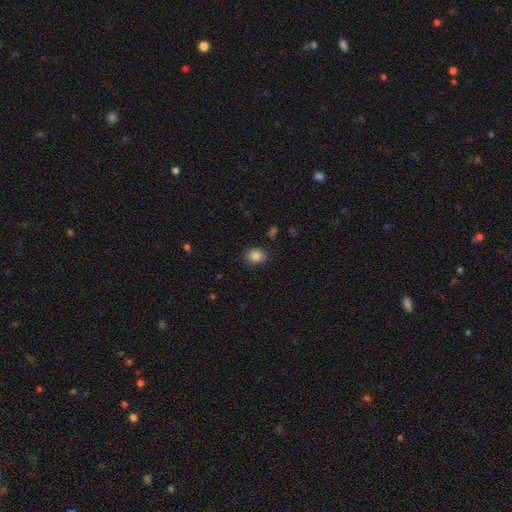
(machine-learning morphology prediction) smooth-or-featured: smooth: 85% | star or artifact: 11% | featured or disk: 4%
  how-rounded: round: 70% | in between: 29% | cigar-shaped: 1%
  merging: none: 87% | minor disturbance: 9% | major disturbance: 3% | merger: 1%